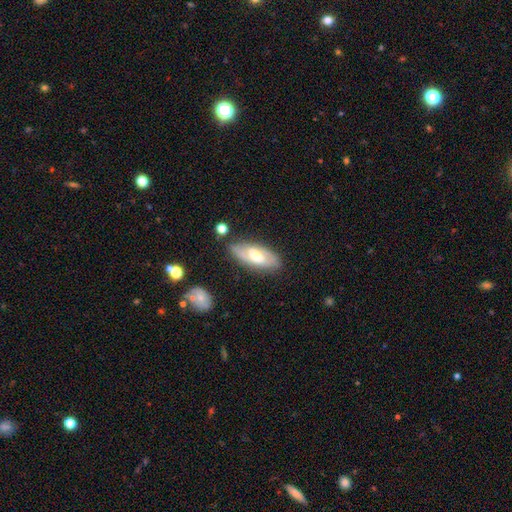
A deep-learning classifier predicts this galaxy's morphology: Smooth or featured: featured or disk — 67% (smooth — 27%)
Edge-on disk: no — 86% (yes — 14%)
Bar: weak — 46% (strong — 37%)
Spiral arms: yes — 78% (no — 22%)
Bulge size: moderate — 58% (small — 20%)
Merging: none — 76% (minor disturbance — 17%)